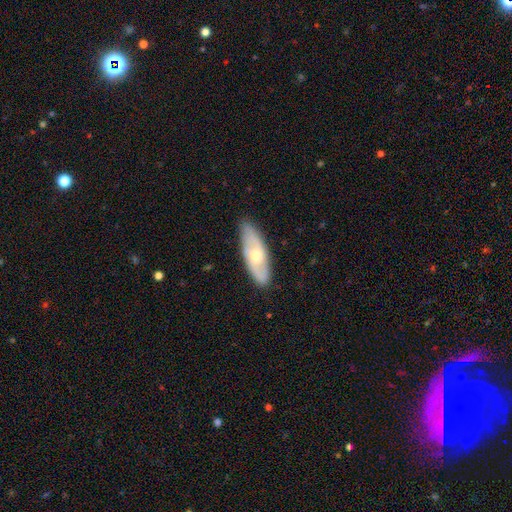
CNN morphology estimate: smooth_or_featured: featured or disk (p=0.56) [alt: smooth p=0.38]
disk_edge_on: no (p=0.76) [alt: yes p=0.24]
merging: none (p=0.82) [alt: minor disturbance p=0.14]